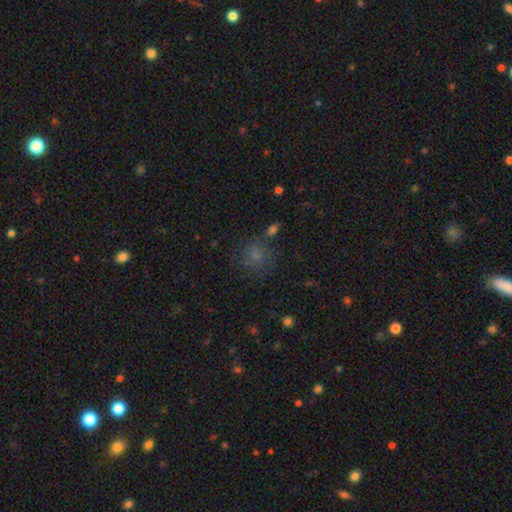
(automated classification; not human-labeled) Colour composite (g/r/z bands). It shows a smooth galaxy with no disk features (71%) that is round (83%). Merging: none (68%).